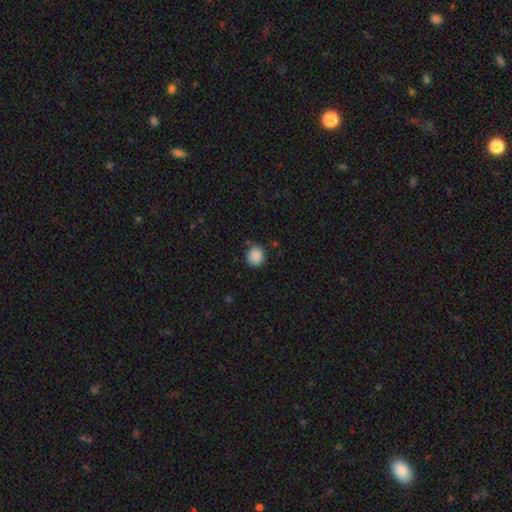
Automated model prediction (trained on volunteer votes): Q: Smooth or featured?
A: smooth (88%); runner-up: star or artifact (9%)
Q: How rounded?
A: round (83%); runner-up: in between (16%)
Q: Merging?
A: none (80%); runner-up: minor disturbance (14%)